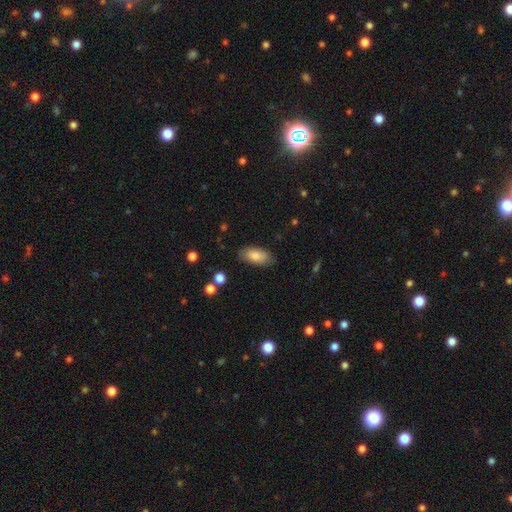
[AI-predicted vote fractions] The model was most divided on "merging": none: 81%, minor disturbance: 14%, major disturbance: 3%, merger: 1%. More confident: how rounded — in between (91%); smooth or featured — smooth (83%).